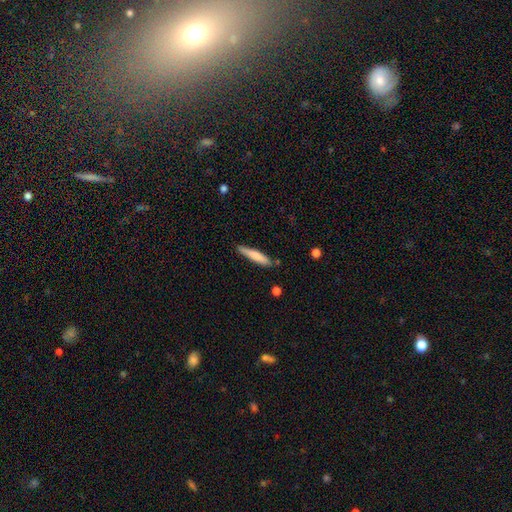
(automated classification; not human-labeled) smooth 73%, featured or disk 21%, star or artifact 5%. Down the decision tree: how rounded — cigar-shaped (89%); merging — none (81%).